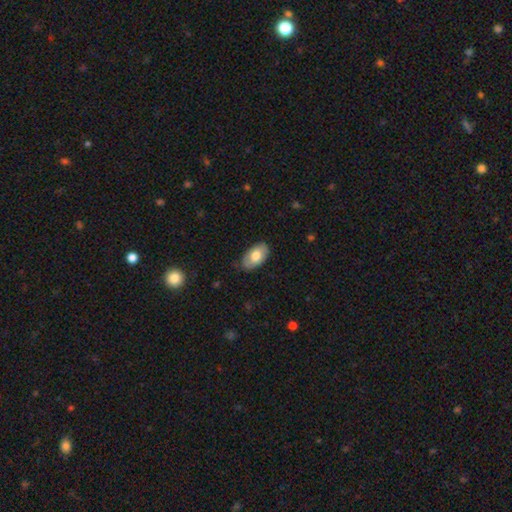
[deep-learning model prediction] Overall: smooth (72%). How rounded: in between (94%). Merging: none (83%).